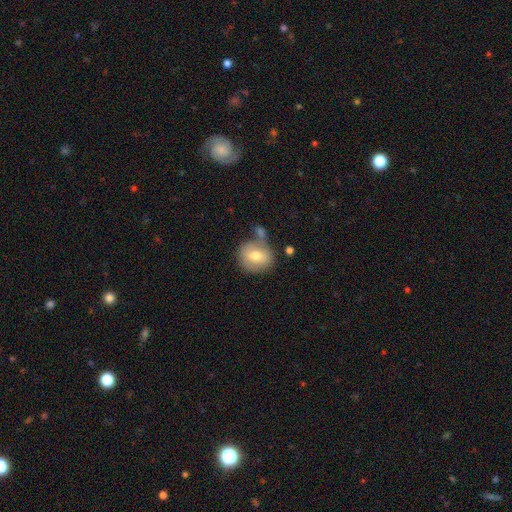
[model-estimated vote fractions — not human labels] Morphology: type=smooth (68%); roundness=round (73%); merging=none (54%).